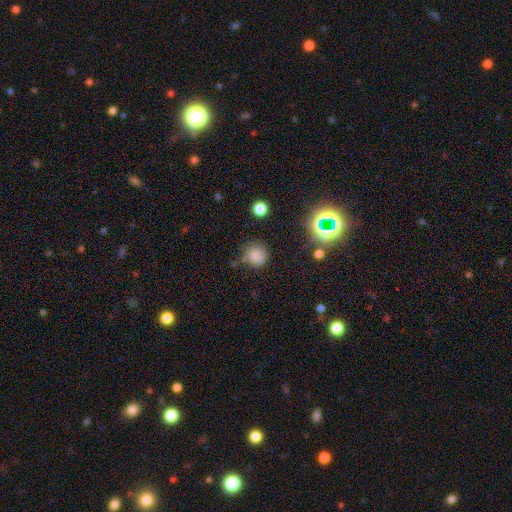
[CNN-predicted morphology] Smooth or featured? Predicted: smooth (p=0.75). How rounded? Predicted: round (p=0.90). Merging? Predicted: none (p=0.75).